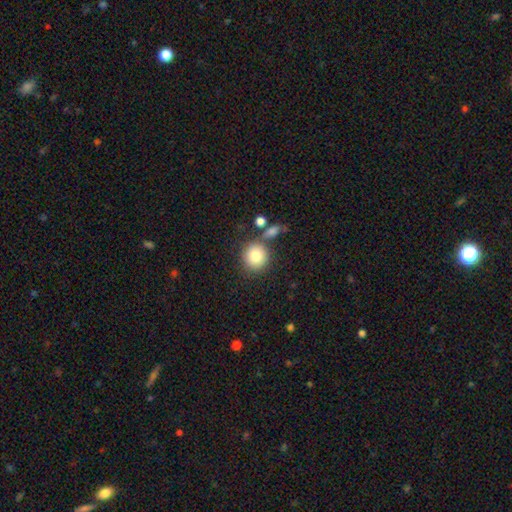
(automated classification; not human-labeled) smooth-or-featured: smooth: 83% | star or artifact: 9% | featured or disk: 8%
  how-rounded: round: 90% | in between: 9% | cigar-shaped: 1%
  merging: none: 71% | merger: 13% | minor disturbance: 11% | major disturbance: 4%